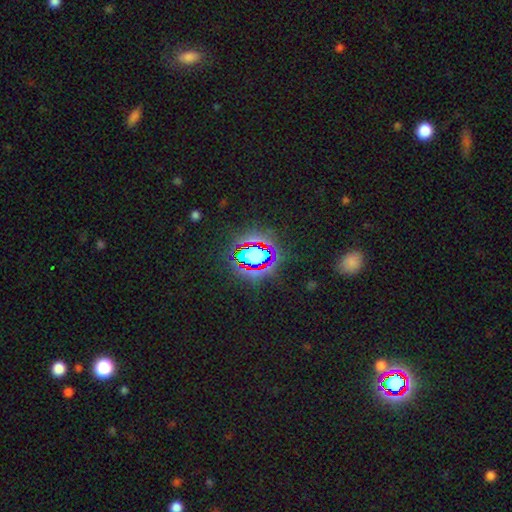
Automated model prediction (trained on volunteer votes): smooth_or_featured: star or artifact (p=0.68) [alt: smooth p=0.20]